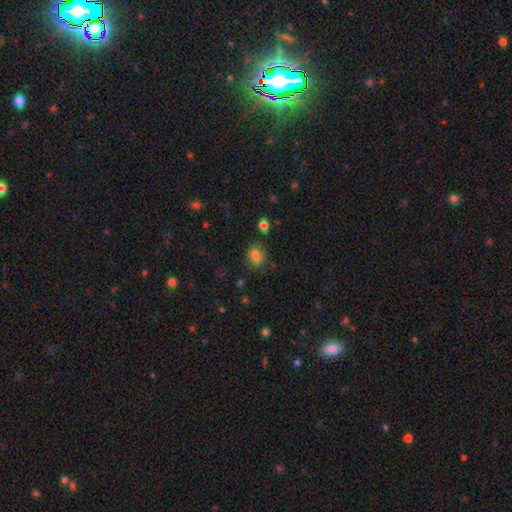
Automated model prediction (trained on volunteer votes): The model was most divided on "how rounded": round: 57%, in between: 42%, cigar-shaped: 1%. More confident: smooth or featured — smooth (78%); merging — none (76%).